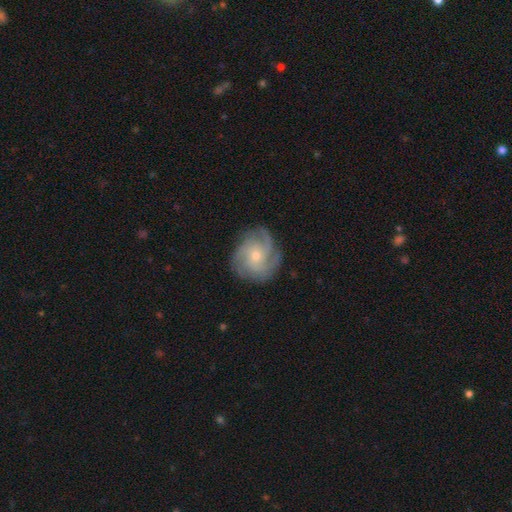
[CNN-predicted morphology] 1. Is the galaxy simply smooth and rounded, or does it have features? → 84% featured or disk, 10% smooth, 6% star or artifact.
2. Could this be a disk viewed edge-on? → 98% no, 2% yes.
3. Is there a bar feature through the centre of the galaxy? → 77% no, 20% weak, 3% strong.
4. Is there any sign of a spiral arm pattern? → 97% yes, 3% no.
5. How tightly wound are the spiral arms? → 55% tight, 37% medium, 8% loose.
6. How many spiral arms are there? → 38% 3, 27% 4, 14% can't tell, 9% 2, 6% more than 4, 6% 1.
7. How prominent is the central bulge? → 63% small, 33% moderate, 1% none, 1% large, 1% dominant.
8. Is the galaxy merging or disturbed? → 80% none, 14% minor disturbance, 5% major disturbance, 1% merger.